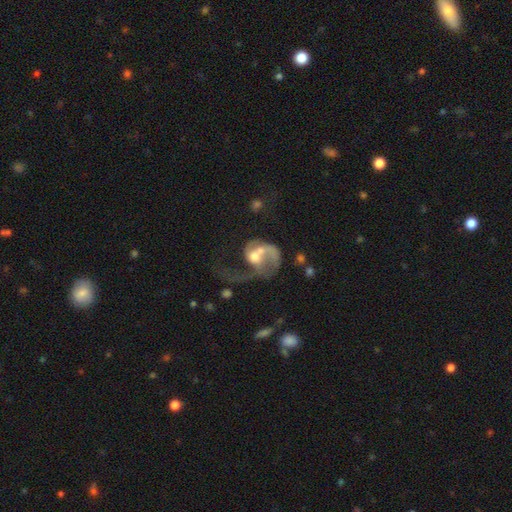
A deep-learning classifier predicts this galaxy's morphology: The model was most divided on "merging": major disturbance: 39%, merger: 36%, none: 16%, minor disturbance: 9%. More confident: edge-on disk — no (98%); spiral arms — yes (77%); bar — no (70%); spiral arm count — 1 (69%); smooth or featured — featured or disk (69%); spiral winding — loose (62%); bulge size — moderate (59%).